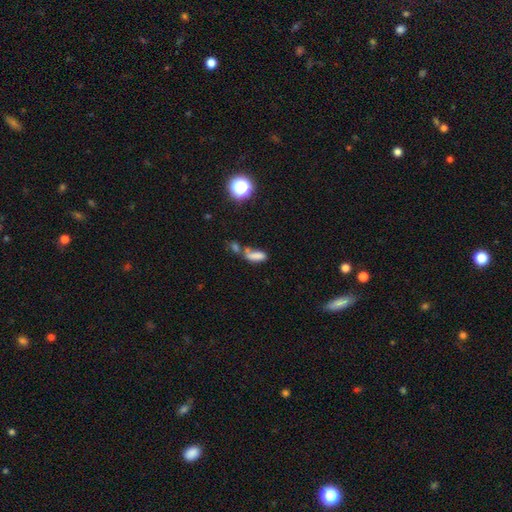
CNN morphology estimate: The model was most divided on "merging": merger: 47%, none: 30%, minor disturbance: 14%, major disturbance: 9%. More confident: smooth or featured — smooth (74%); how rounded — in between (73%).